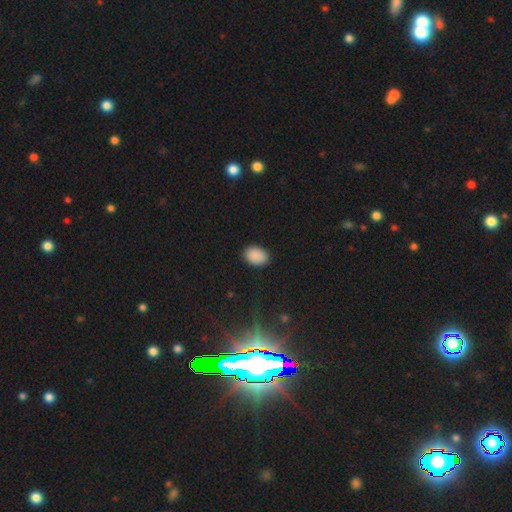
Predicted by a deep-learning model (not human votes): Q: Smooth or featured?
A: smooth (89%); runner-up: star or artifact (8%)
Q: How rounded?
A: in between (83%); runner-up: round (16%)
Q: Merging?
A: none (88%); runner-up: minor disturbance (9%)